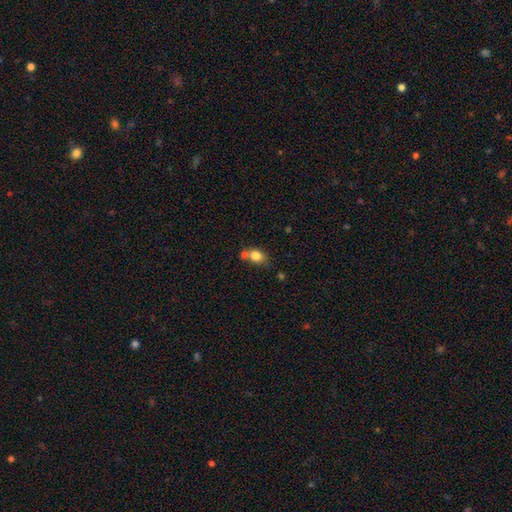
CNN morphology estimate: Smooth or featured: smooth — 81% (star or artifact — 10%)
How rounded: in between — 52% (round — 47%)
Merging: none — 51% (merger — 32%)